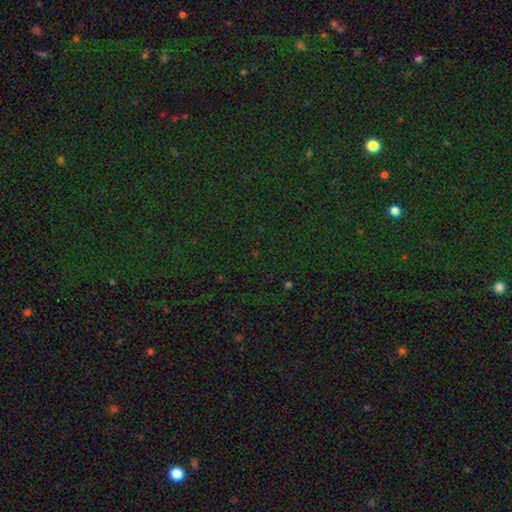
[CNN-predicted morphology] Overall: star or artifact (81%).